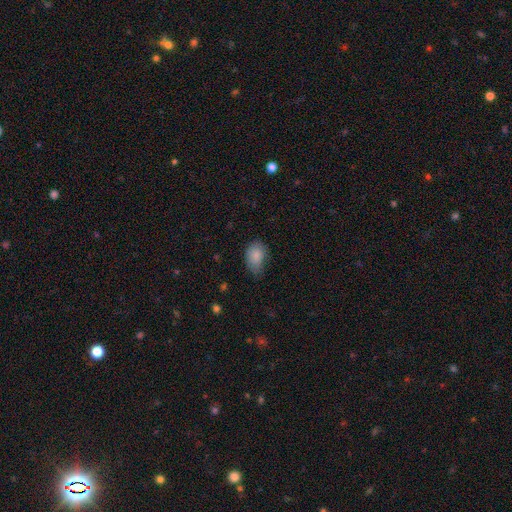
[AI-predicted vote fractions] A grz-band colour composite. It shows a smooth galaxy with no disk features (85%) that is in between round and cigar-shaped (83%). Merging: none (52%).